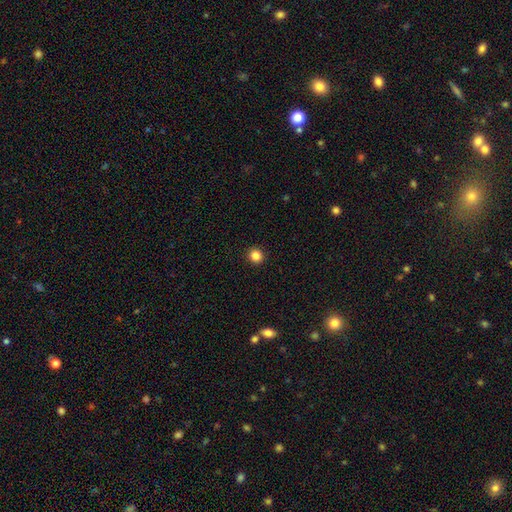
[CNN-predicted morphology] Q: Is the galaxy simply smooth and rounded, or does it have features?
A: smooth — 84%.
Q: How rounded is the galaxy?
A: round — 93%.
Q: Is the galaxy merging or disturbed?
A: none — 93%.